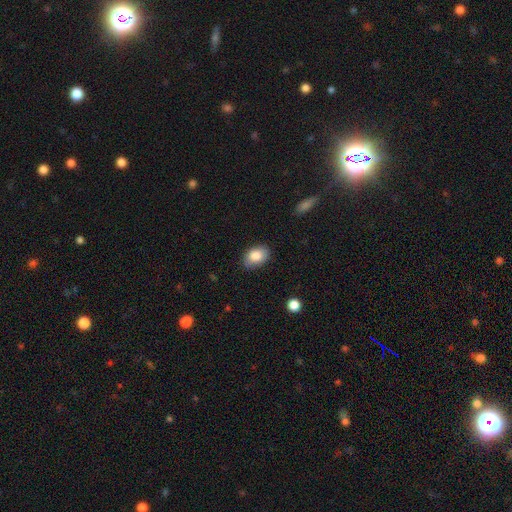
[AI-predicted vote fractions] A smooth galaxy with no disk features (85%) that is in between round and cigar-shaped (85%).

Vote fractions:
- Smooth or featured? smooth: 85% / featured or disk: 8% / star or artifact: 7%
- How rounded? in between: 85% / round: 14% / cigar-shaped: 1%
- Merging? none: 83% / minor disturbance: 14% / major disturbance: 3% / merger: 1%